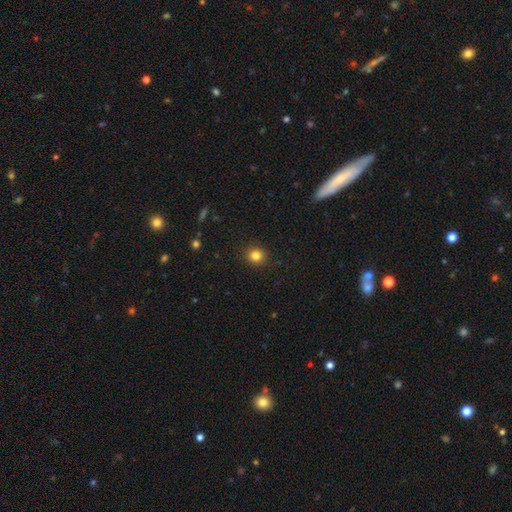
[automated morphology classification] A smooth galaxy with no disk features (82%) that is round (92%). Merging: none (92%).